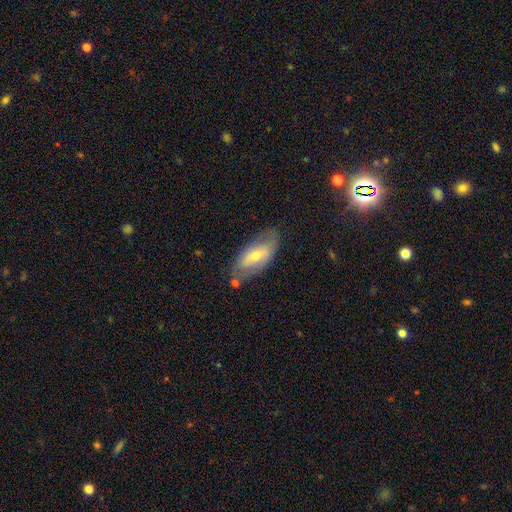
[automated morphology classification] A smooth galaxy with no disk features (51%) that is in between round and cigar-shaped (87%). Merging: none (66%).